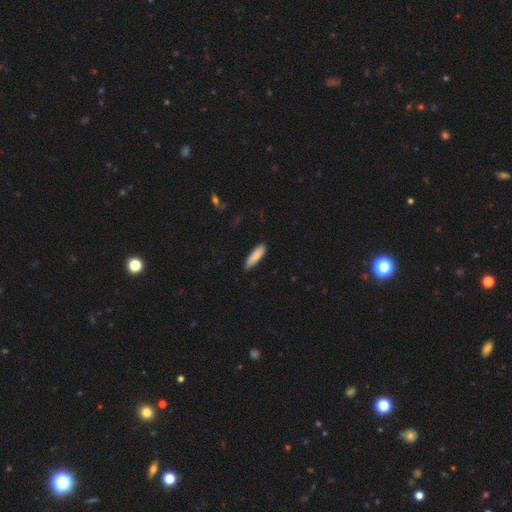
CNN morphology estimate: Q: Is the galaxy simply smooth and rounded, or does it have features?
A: smooth — 87%.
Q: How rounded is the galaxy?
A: cigar-shaped — 68%.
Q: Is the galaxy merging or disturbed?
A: none — 85%.